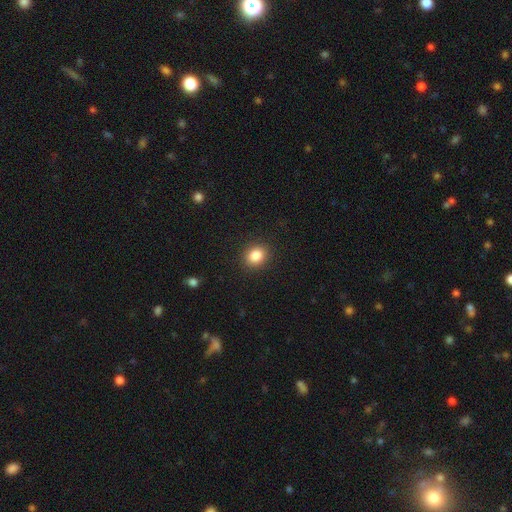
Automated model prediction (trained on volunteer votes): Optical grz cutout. It shows a smooth galaxy with no disk features (85%) that is round (67%). Merging: none (90%).